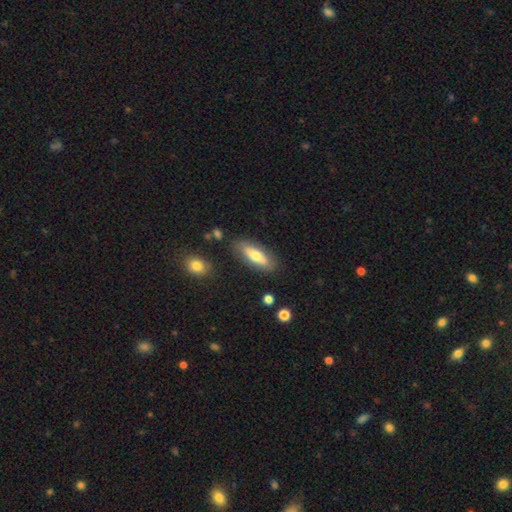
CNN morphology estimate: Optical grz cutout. It shows a smooth galaxy with no disk features (63%) that is in between round and cigar-shaped (64%). Merging: none (81%).